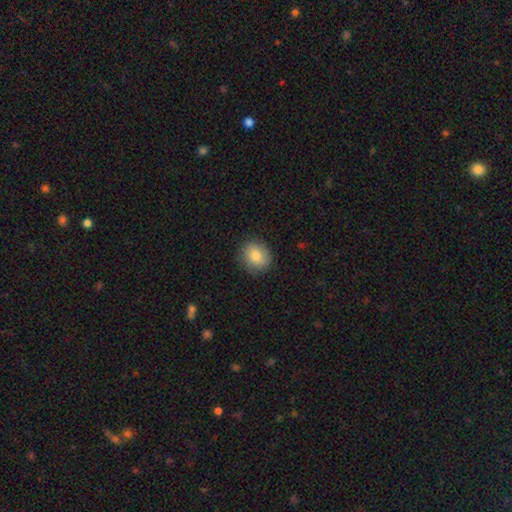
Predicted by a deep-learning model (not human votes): Smooth or featured? Predicted: smooth (p=0.80). How rounded? Predicted: round (p=0.80). Merging? Predicted: none (p=0.86).